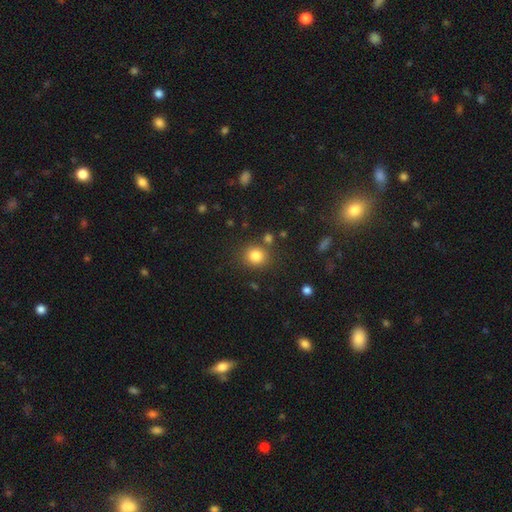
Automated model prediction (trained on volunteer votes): The model was most divided on "how rounded": round: 81%, in between: 18%, cigar-shaped: 1%. More confident: smooth or featured — smooth (82%); merging — none (81%).